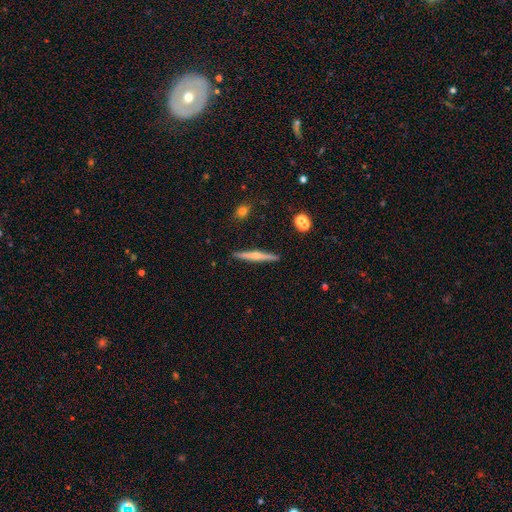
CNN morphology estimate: This appears to be a featured or disk galaxy (60%) viewed edge-on (97%) with a rounded central bulge (74%). Merging: none (91%).